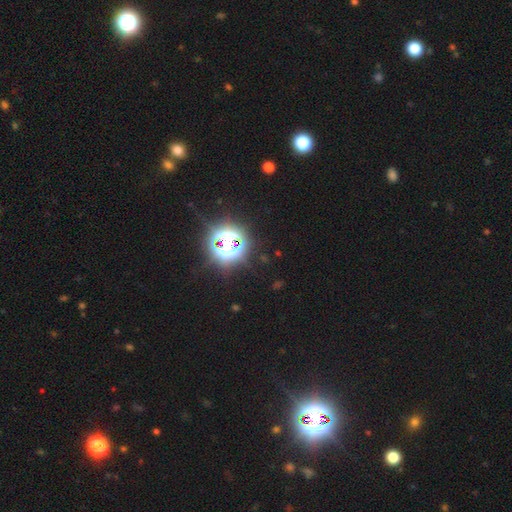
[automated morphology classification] This is clearly a star or artifact rather than a galaxy (82%).